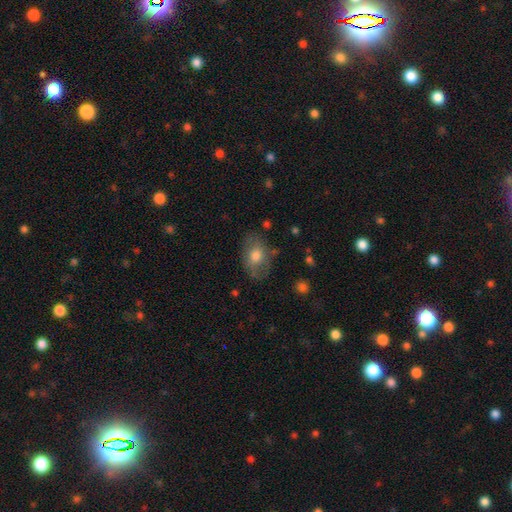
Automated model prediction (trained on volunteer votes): A smooth galaxy with no disk features (70%) that is in between round and cigar-shaped (81%).

Vote fractions:
- Smooth or featured? smooth: 70% / featured or disk: 23% / star or artifact: 8%
- How rounded? in between: 81% / round: 17% / cigar-shaped: 1%
- Merging? none: 69% / minor disturbance: 21% / major disturbance: 7% / merger: 2%